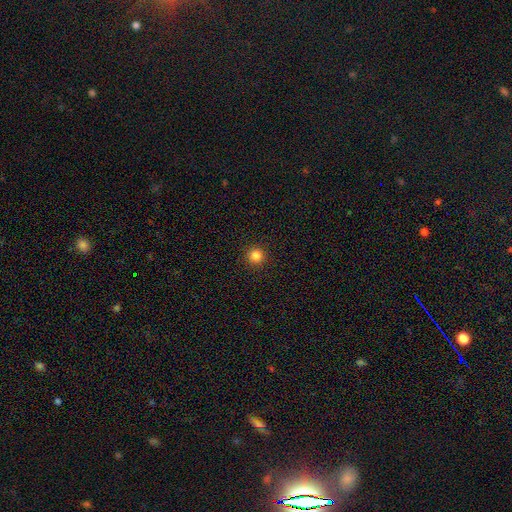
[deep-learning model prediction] Overall: smooth (84%). How rounded: round (96%). Merging: none (93%).